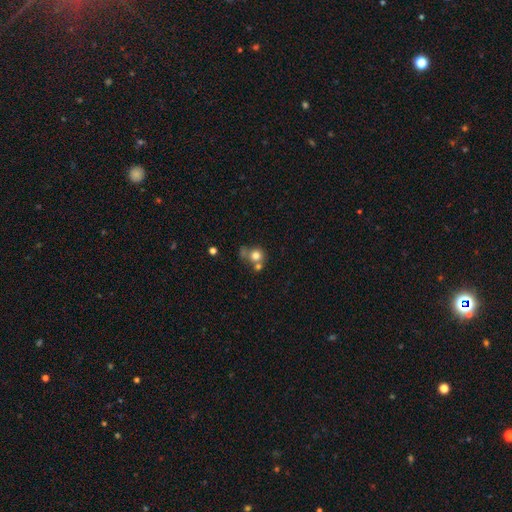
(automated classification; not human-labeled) smooth_or_featured: smooth (p=0.75) [alt: featured or disk p=0.13]
how_rounded: round (p=0.85) [alt: in between p=0.14]
merging: none (p=0.42) [alt: merger p=0.38]